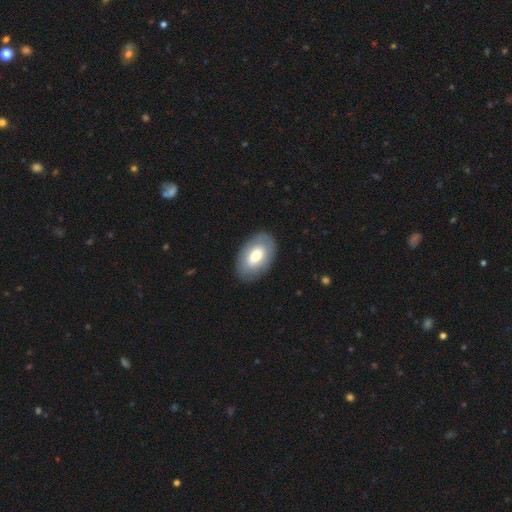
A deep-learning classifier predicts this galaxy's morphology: smooth 68%, featured or disk 26%, star or artifact 6%. Down the decision tree: how rounded — in between (92%); merging — none (86%).